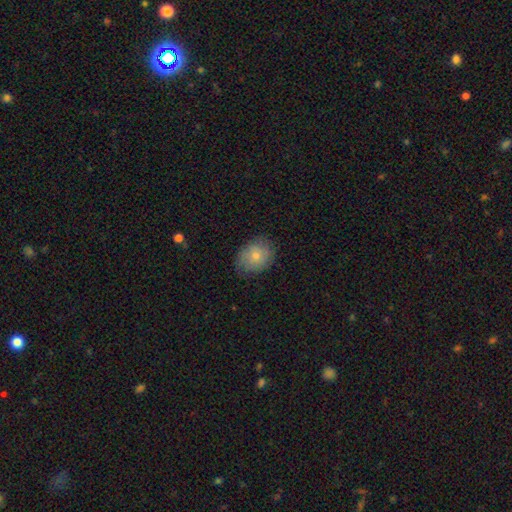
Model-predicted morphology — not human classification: Smooth or featured? smooth (71%)
How rounded? in between (52%)
Merging? none (74%)